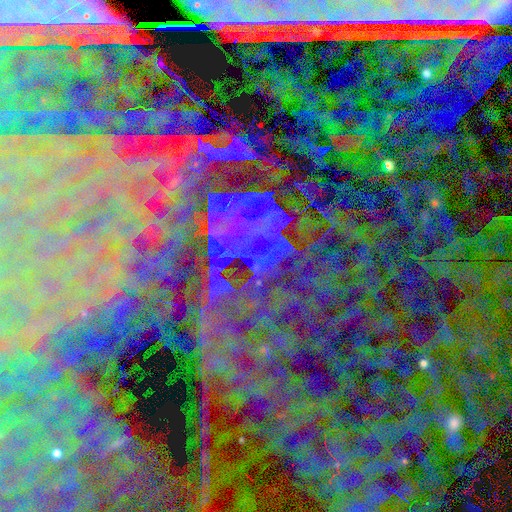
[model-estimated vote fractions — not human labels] star or artifact 87%, featured or disk 7%, smooth 6%.